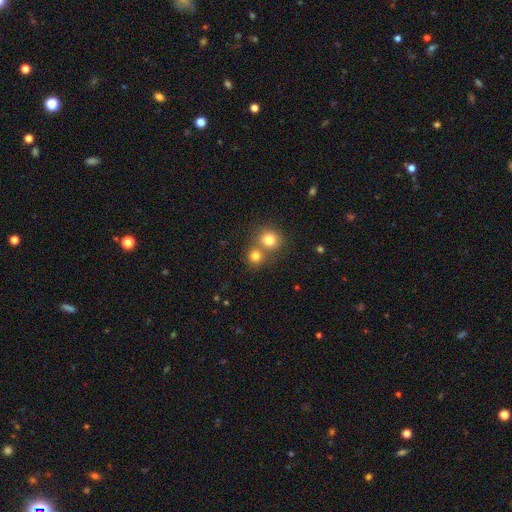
Smooth or featured: smooth — 89% (featured or disk — 5%)
How rounded: round — 94% (in between — 6%)
Merging: none — 58% (merger — 42%)